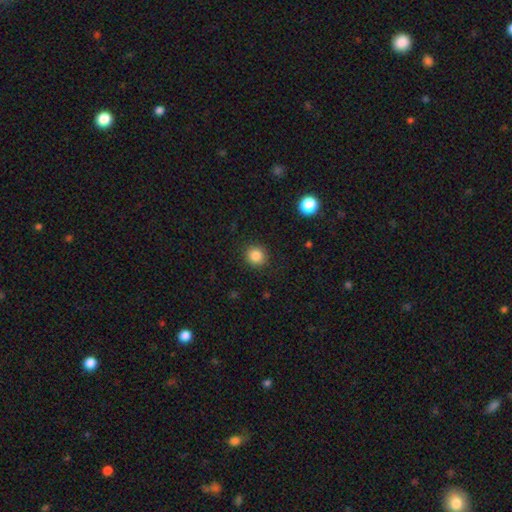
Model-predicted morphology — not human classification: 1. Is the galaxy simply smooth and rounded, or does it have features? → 85% smooth, 11% star or artifact, 4% featured or disk.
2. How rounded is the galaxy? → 91% round, 8% in between, 1% cigar-shaped.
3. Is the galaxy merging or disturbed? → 90% none, 7% minor disturbance, 2% major disturbance, 1% merger.